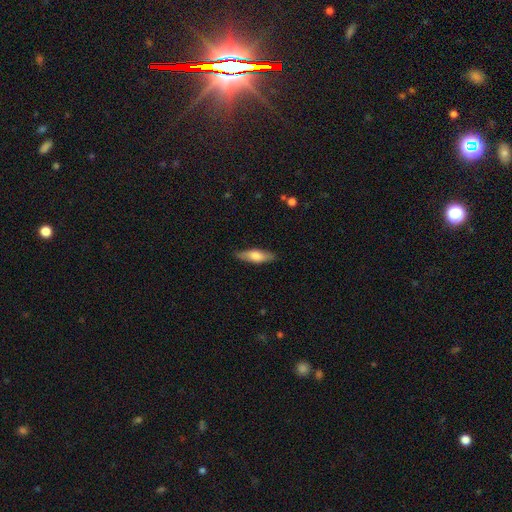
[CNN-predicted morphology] smooth_or_featured: smooth (p=0.61) [alt: featured or disk p=0.33]
how_rounded: cigar-shaped (p=0.51) [alt: in between p=0.46]
merging: none (p=0.85) [alt: minor disturbance p=0.12]